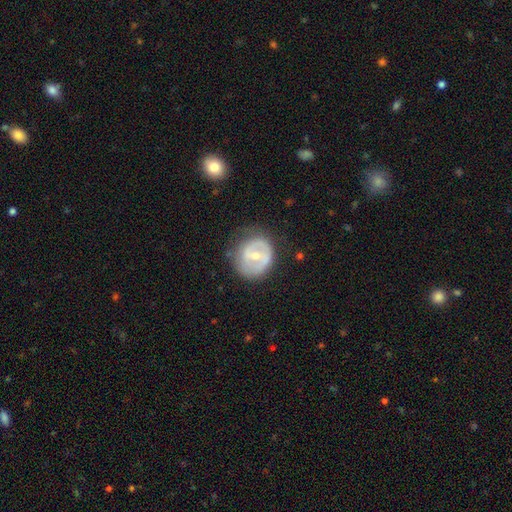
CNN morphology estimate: featured or disk 60%, smooth 34%, star or artifact 6%. Down the decision tree: edge-on disk — no (97%); bar — weak (47%); spiral arms — no (58%); bulge size — moderate (50%); merging — none (62%).